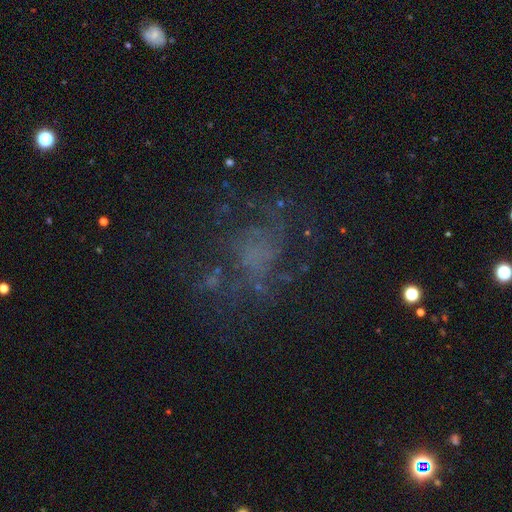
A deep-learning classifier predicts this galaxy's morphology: Smooth or featured?
  - featured or disk: 49% *
  - star or artifact: 26%
  - smooth: 25%
Merging?
  - none: 55% *
  - major disturbance: 25%
  - minor disturbance: 17%
  - merger: 3%